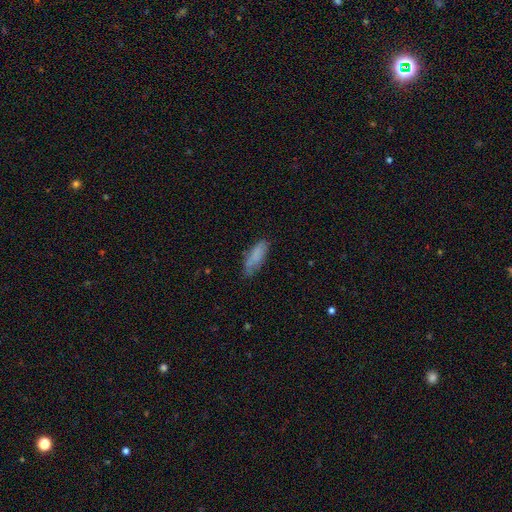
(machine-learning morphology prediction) A smooth galaxy with no disk features (79%) that is in between round and cigar-shaped (58%). Merging: none (65%).